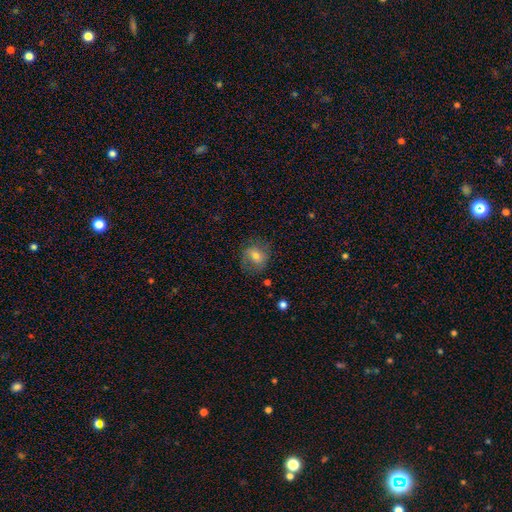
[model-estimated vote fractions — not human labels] The model was most divided on "how rounded": round: 65%, in between: 34%, cigar-shaped: 1%. More confident: merging — none (69%); smooth or featured — smooth (65%).